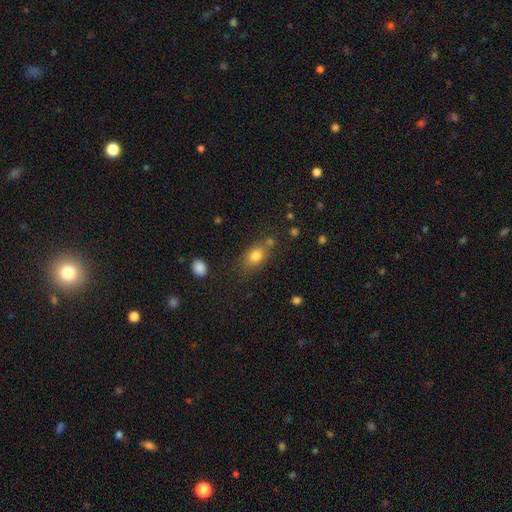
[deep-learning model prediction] Morphology: type=smooth (80%); roundness=in between (72%); merging=none (66%).